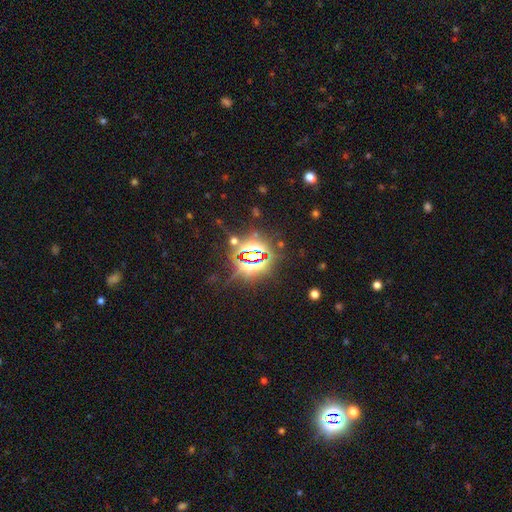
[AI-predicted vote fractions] smooth-or-featured: star or artifact: 81% | smooth: 11% | featured or disk: 8%